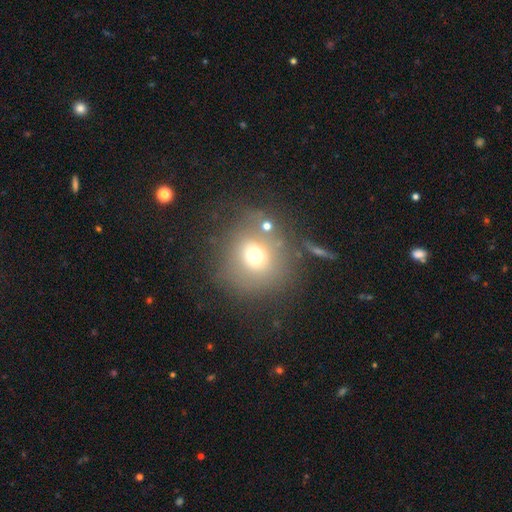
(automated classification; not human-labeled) This is likely a smooth galaxy (66%). How rounded: clearly round (88%). Merging: likely none (67%).